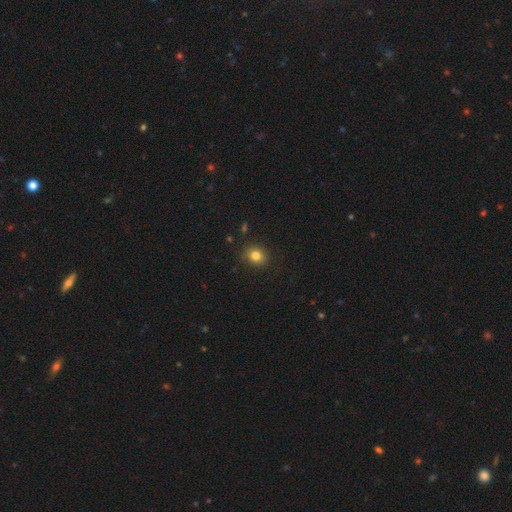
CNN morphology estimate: This appears to be a smooth galaxy with no disk features (81%) that is round (72%). Merging: none (88%).